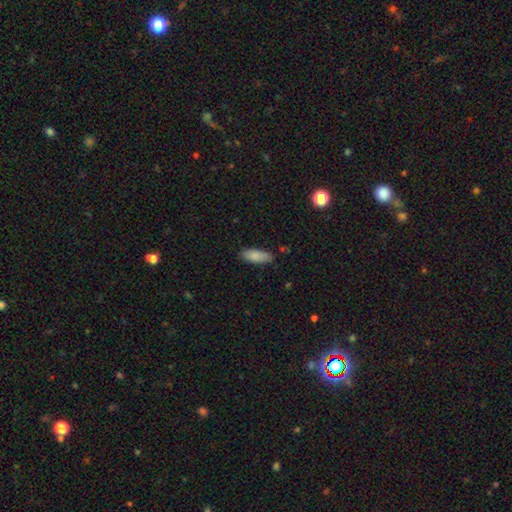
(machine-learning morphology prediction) This appears to be a smooth galaxy with no disk features (86%) that is in between round and cigar-shaped (72%). Merging: none (82%).